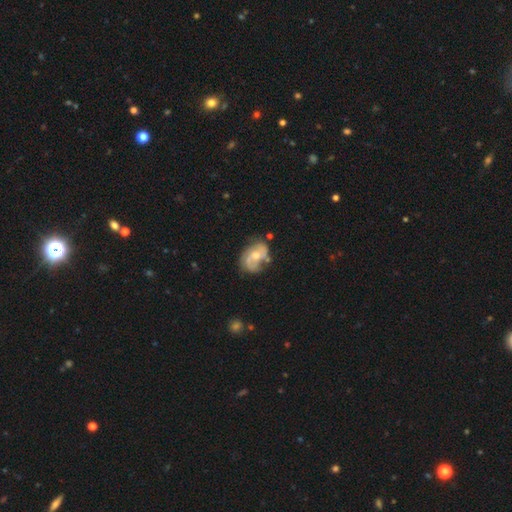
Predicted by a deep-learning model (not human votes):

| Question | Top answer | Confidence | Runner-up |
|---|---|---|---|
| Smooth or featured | featured or disk | 71% | smooth (23%) |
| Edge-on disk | no | 97% | yes (3%) |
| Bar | no | 61% | weak (33%) |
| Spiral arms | yes | 84% | no (16%) |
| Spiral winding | medium | 46% | tight (27%) |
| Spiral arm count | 2 | 70% | can't tell (16%) |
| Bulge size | moderate | 62% | small (27%) |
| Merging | none | 56% | minor disturbance (25%) |